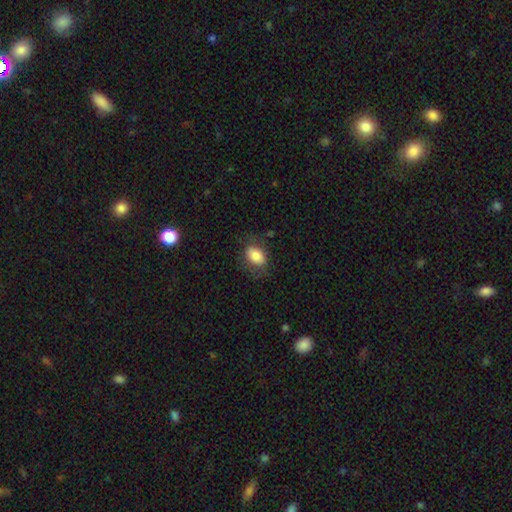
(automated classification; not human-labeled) Smooth or featured: smooth — 81% (featured or disk — 11%)
How rounded: in between — 80% (round — 18%)
Merging: none — 73% (minor disturbance — 18%)